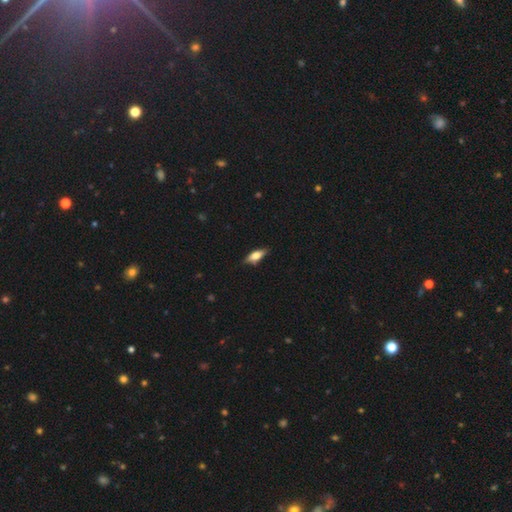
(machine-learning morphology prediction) Smooth or featured?
  - smooth: 57% *
  - featured or disk: 36%
  - star or artifact: 7%
How rounded?
  - in between: 63% *
  - cigar-shaped: 34%
  - round: 3%
Merging?
  - none: 81% *
  - minor disturbance: 15%
  - major disturbance: 3%
  - merger: 1%